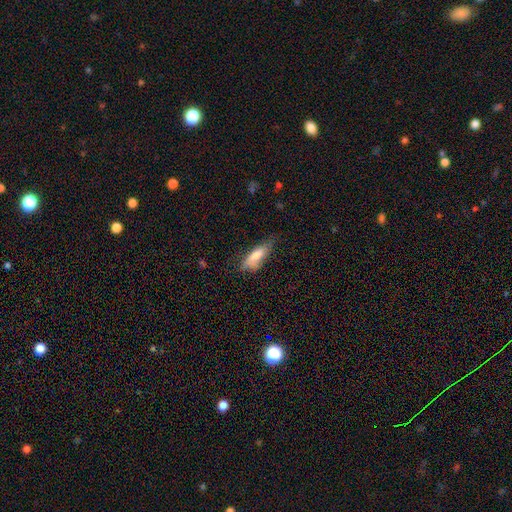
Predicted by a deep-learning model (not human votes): Overall: smooth (74%). How rounded: in between (55%; cigar-shaped 43%). Merging: none (60%; minor disturbance 30%).